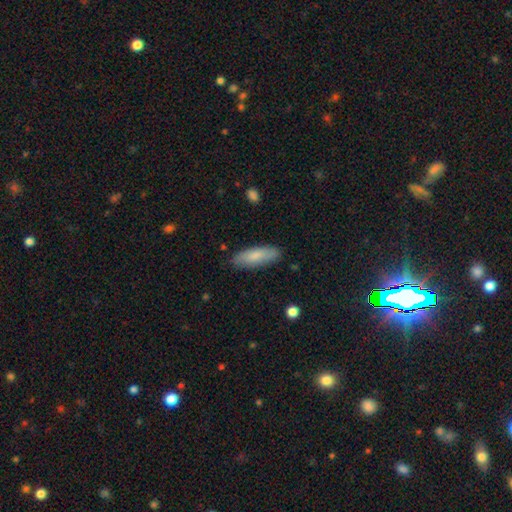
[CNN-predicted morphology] Overall: smooth (81%). How rounded: in between (56%; cigar-shaped 43%). Merging: none (85%).